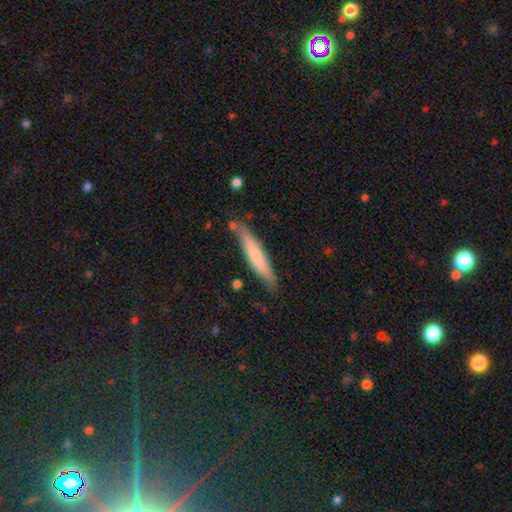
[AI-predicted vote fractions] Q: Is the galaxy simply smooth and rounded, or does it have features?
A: smooth — 63%.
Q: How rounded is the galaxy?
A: cigar-shaped — 91%.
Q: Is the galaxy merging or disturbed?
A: none — 80%.